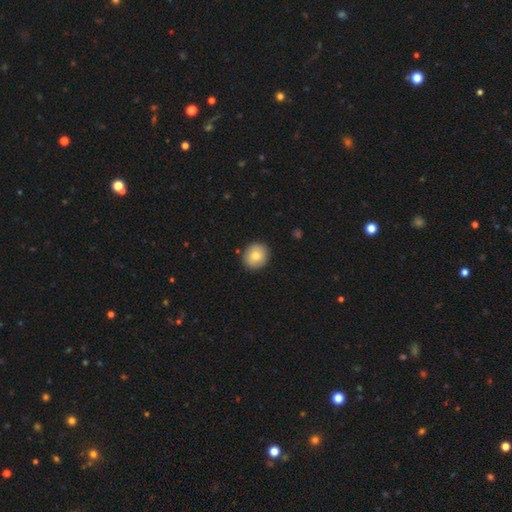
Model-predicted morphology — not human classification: A smooth galaxy with no disk features (80%) that is round (84%). Merging: none (89%).